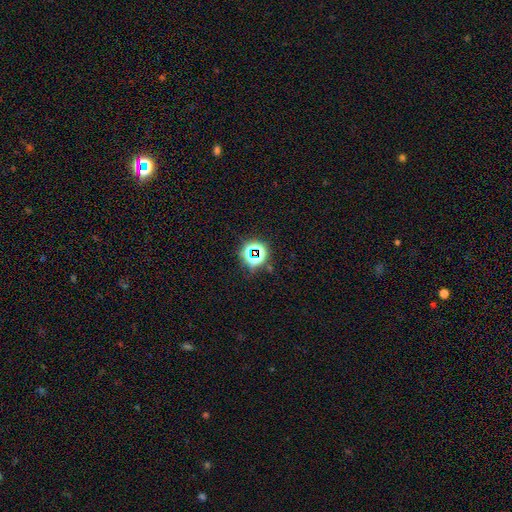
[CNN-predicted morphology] Smooth or featured: star or artifact — 72% (smooth — 19%)